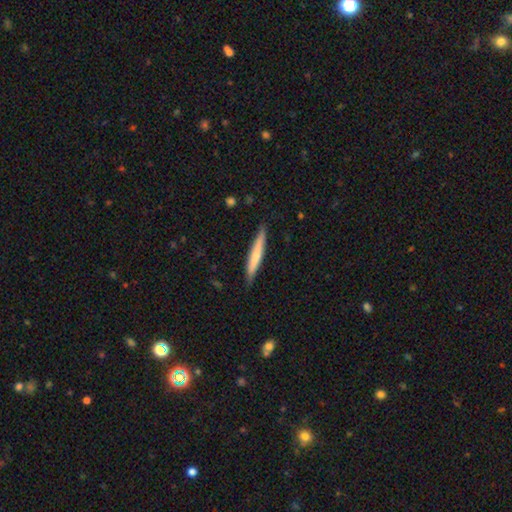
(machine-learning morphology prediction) smooth 61%, featured or disk 34%, star or artifact 5%. Down the decision tree: how rounded — cigar-shaped (95%); merging — none (88%).